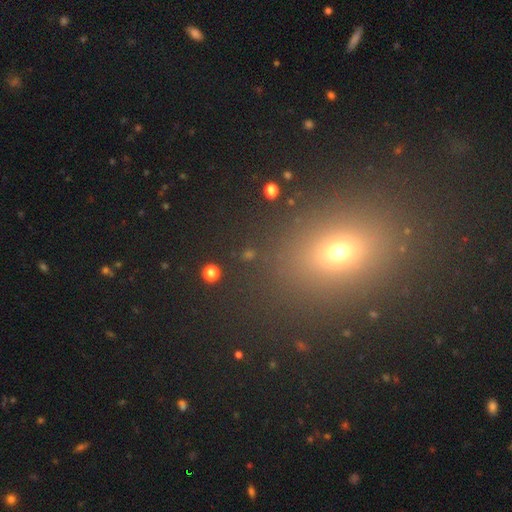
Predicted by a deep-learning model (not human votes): Smooth or featured?
  - smooth: 56% *
  - star or artifact: 33%
  - featured or disk: 11%
How rounded?
  - in between: 59% *
  - round: 37%
  - cigar-shaped: 4%
Merging?
  - none: 88% *
  - minor disturbance: 7%
  - major disturbance: 3%
  - merger: 2%